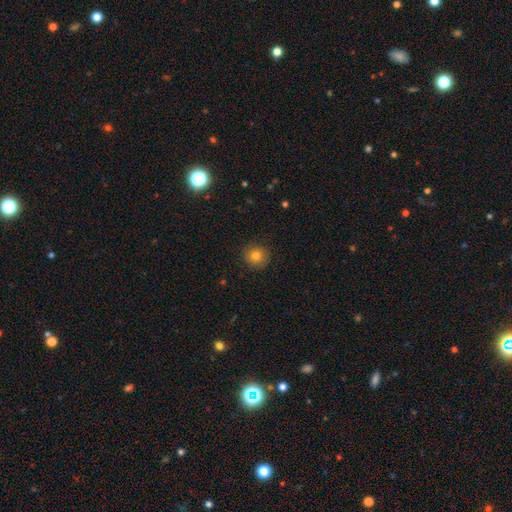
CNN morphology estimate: A smooth galaxy with no disk features (79%) that is round (91%).

Vote fractions:
- Smooth or featured? smooth: 79% / star or artifact: 12% / featured or disk: 9%
- How rounded? round: 91% / in between: 8% / cigar-shaped: 1%
- Merging? none: 88% / minor disturbance: 9% / major disturbance: 2% / merger: 1%